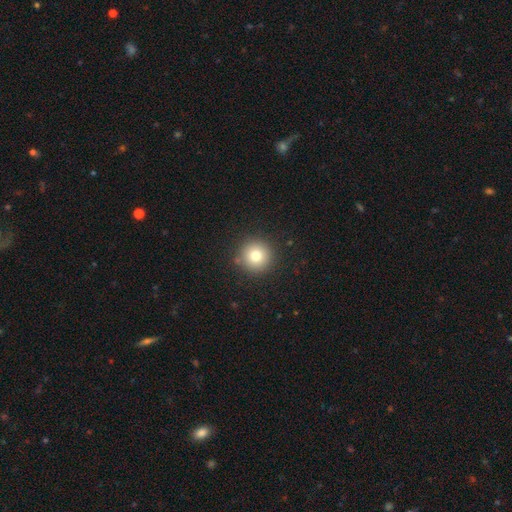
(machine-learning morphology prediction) smooth-or-featured: smooth: 78% | star or artifact: 12% | featured or disk: 9%
  how-rounded: round: 96% | in between: 3% | cigar-shaped: 1%
  merging: none: 89% | minor disturbance: 7% | major disturbance: 2% | merger: 2%